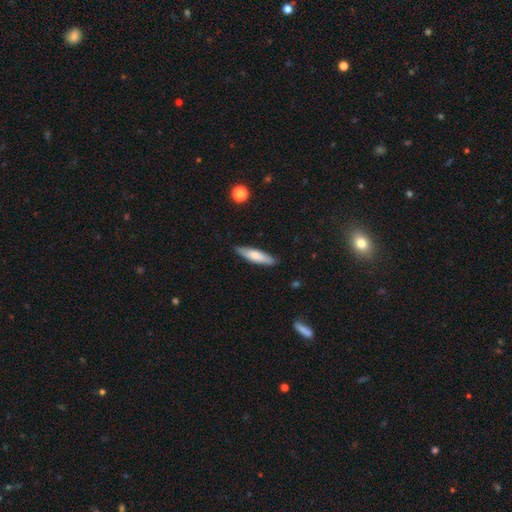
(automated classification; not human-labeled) Smooth or featured? smooth (71%)
How rounded? cigar-shaped (70%)
Merging? none (84%)